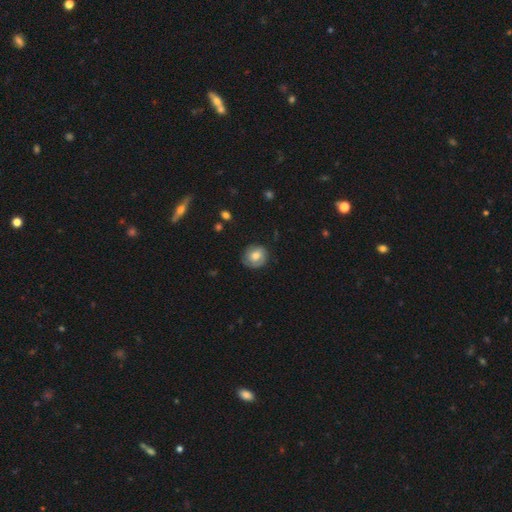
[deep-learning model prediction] Overall: smooth (57%; featured or disk 36%). How rounded: round (76%). Merging: none (75%).